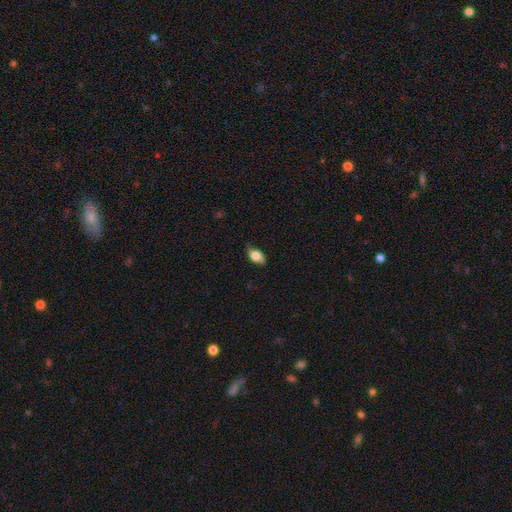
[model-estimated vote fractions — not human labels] A smooth galaxy with no disk features (67%) that is in between round and cigar-shaped (86%). Merging: none (76%).